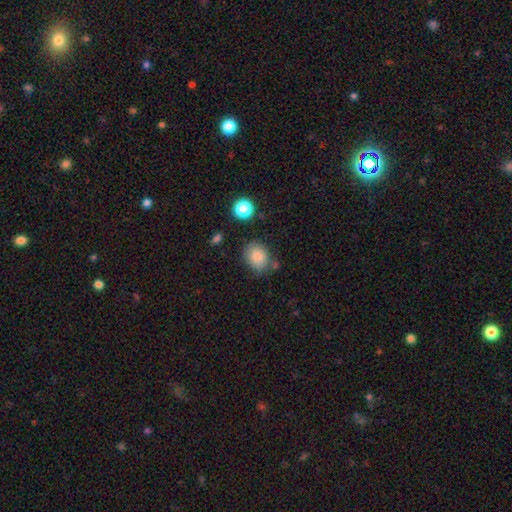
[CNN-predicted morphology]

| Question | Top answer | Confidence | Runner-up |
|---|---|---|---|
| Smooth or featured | smooth | 84% | star or artifact (10%) |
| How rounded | round | 52% | in between (47%) |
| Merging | none | 72% | minor disturbance (17%) |